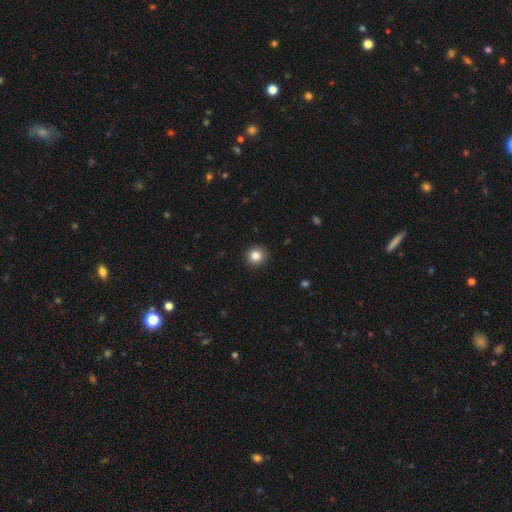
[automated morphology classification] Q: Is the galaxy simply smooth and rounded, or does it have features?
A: smooth — 83%.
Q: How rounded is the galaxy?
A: round — 93%.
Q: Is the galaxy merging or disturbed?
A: none — 92%.